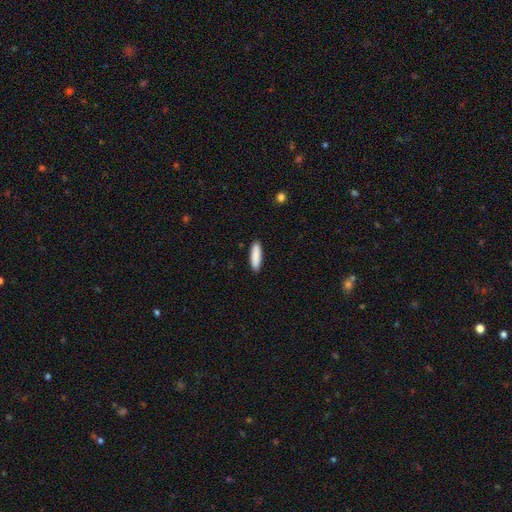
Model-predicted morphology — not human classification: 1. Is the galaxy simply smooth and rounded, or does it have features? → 89% smooth, 6% star or artifact, 5% featured or disk.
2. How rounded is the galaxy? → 64% cigar-shaped, 35% in between, 1% round.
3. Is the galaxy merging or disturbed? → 90% none, 7% minor disturbance, 2% major disturbance, 1% merger.